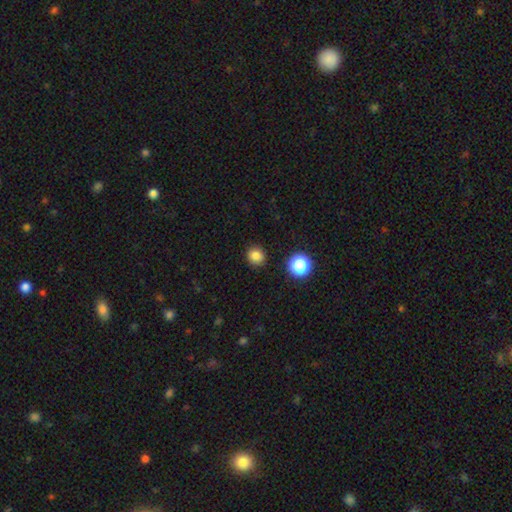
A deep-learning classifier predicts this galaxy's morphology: smooth 83%, star or artifact 13%, featured or disk 4%. Down the decision tree: how rounded — round (87%); merging — none (90%).